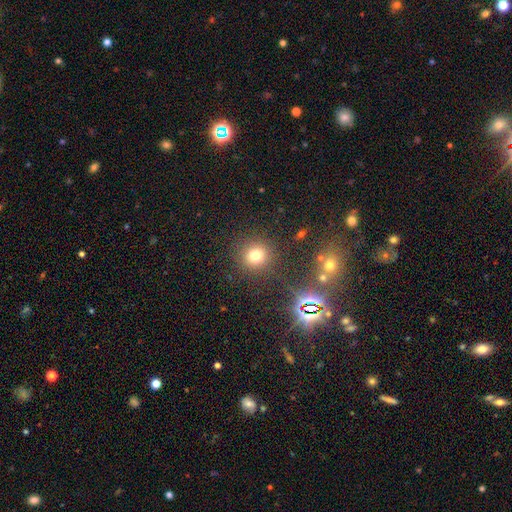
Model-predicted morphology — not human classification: Smooth or featured?
  - smooth: 72% *
  - star or artifact: 20%
  - featured or disk: 8%
How rounded?
  - round: 92% *
  - in between: 7%
  - cigar-shaped: 1%
Merging?
  - none: 88% *
  - minor disturbance: 7%
  - major disturbance: 3%
  - merger: 2%